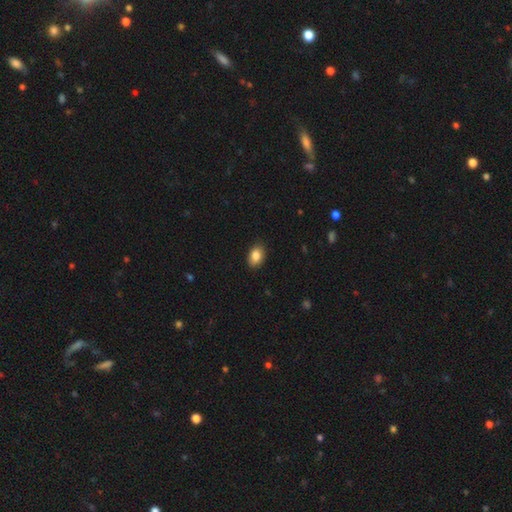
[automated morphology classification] smooth-or-featured: smooth: 86% | star or artifact: 8% | featured or disk: 6%
  how-rounded: in between: 82% | round: 17% | cigar-shaped: 1%
  merging: none: 87% | minor disturbance: 10% | major disturbance: 2% | merger: 1%